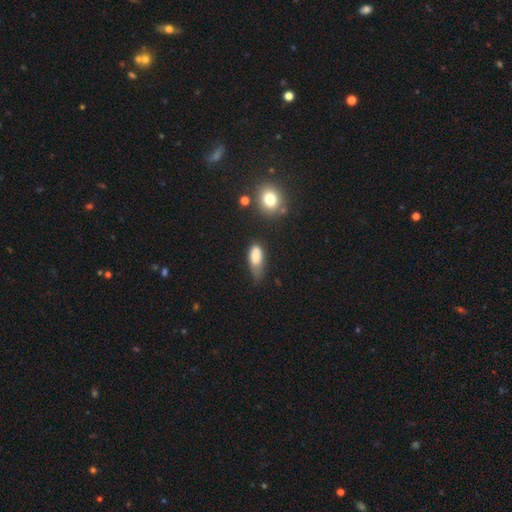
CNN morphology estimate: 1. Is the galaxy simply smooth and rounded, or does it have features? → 80% smooth, 11% featured or disk, 9% star or artifact.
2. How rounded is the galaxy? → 82% in between, 13% cigar-shaped, 5% round.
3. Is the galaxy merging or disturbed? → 43% minor disturbance, 31% none, 21% major disturbance, 5% merger.